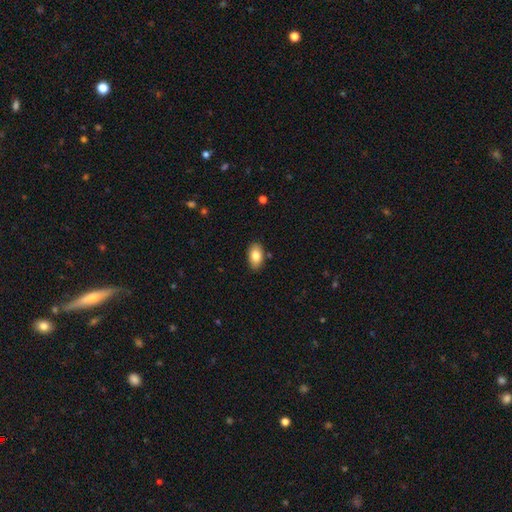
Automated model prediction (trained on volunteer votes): Overall: smooth (82%). How rounded: in between (91%). Merging: none (85%).